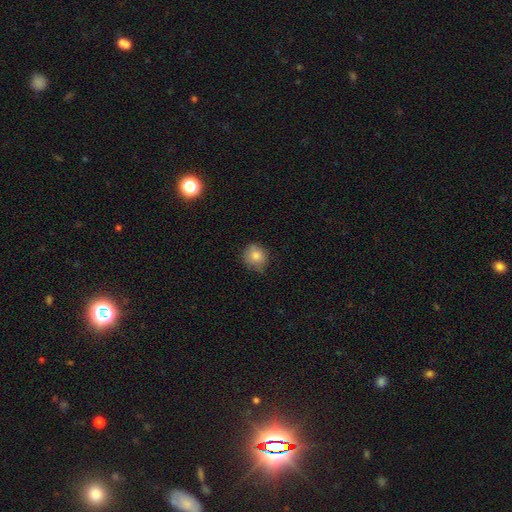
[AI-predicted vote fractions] A smooth galaxy with no disk features (83%) that is round (81%).

Vote fractions:
- Smooth or featured? smooth: 83% / star or artifact: 9% / featured or disk: 8%
- How rounded? round: 81% / in between: 18% / cigar-shaped: 1%
- Merging? none: 69% / minor disturbance: 25% / major disturbance: 4% / merger: 1%